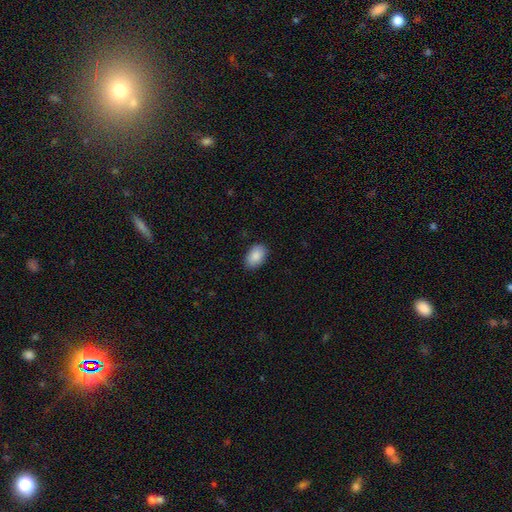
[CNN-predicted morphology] smooth-or-featured: smooth: 88% | star or artifact: 7% | featured or disk: 5%
  how-rounded: in between: 91% | round: 8% | cigar-shaped: 1%
  merging: none: 85% | minor disturbance: 12% | major disturbance: 2% | merger: 1%